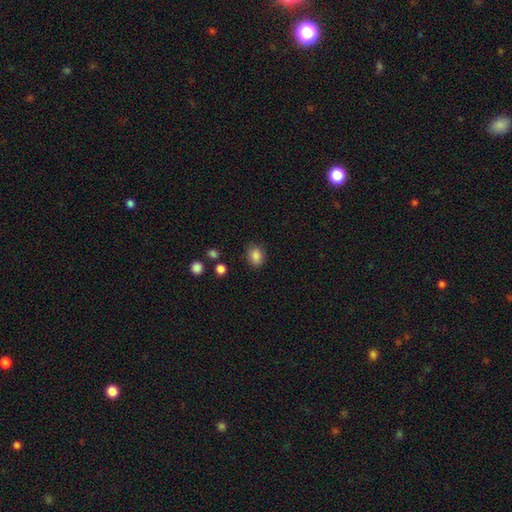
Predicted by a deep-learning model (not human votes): smooth_or_featured: smooth (p=0.86) [alt: star or artifact p=0.10]
how_rounded: in between (p=0.57) [alt: round p=0.42]
merging: none (p=0.82) [alt: minor disturbance p=0.13]